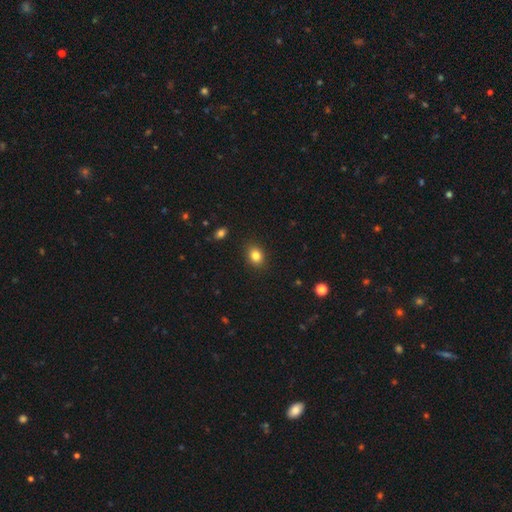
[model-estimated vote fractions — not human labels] A smooth galaxy with no disk features (84%) that is in between round and cigar-shaped (56%).

Vote fractions:
- Smooth or featured? smooth: 84% / star or artifact: 10% / featured or disk: 6%
- How rounded? in between: 56% / round: 43% / cigar-shaped: 1%
- Merging? none: 89% / minor disturbance: 8% / major disturbance: 2% / merger: 1%